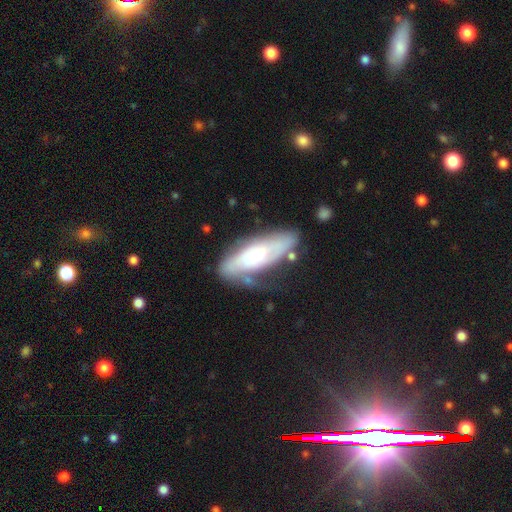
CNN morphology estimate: featured or disk 55%, smooth 38%, star or artifact 6%. Down the decision tree: edge-on disk — no (77%); merging — none (58%).